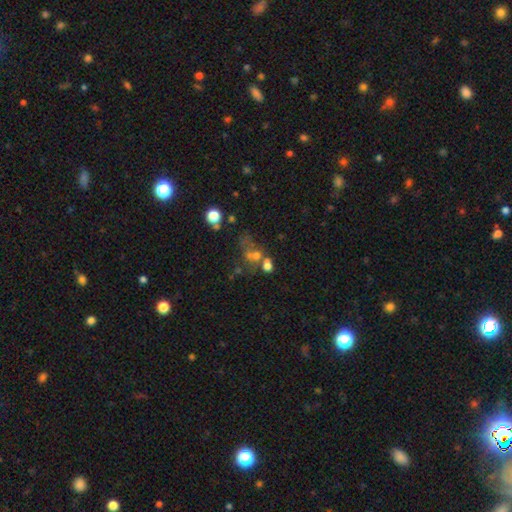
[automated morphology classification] Smooth or featured? smooth (46%)
Merging? merger (47%)